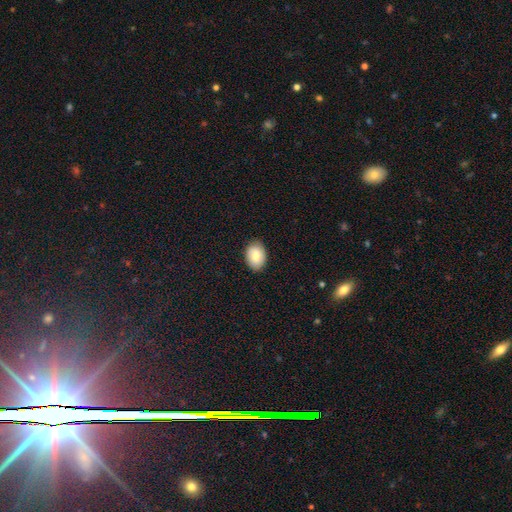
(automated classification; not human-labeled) Morphology: type=smooth (83%); roundness=in between (78%); merging=none (86%).